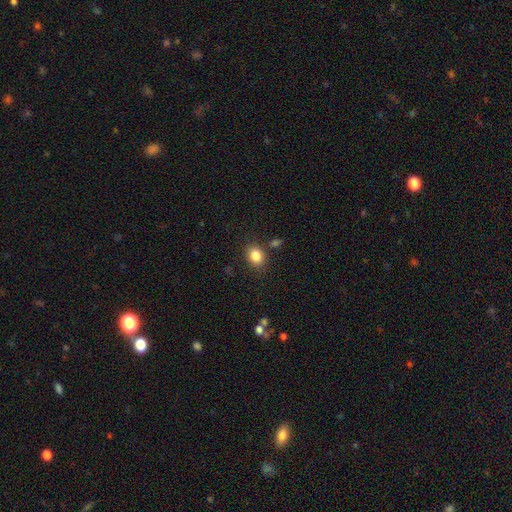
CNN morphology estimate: smooth-or-featured: smooth: 84% | star or artifact: 10% | featured or disk: 6%
  how-rounded: in between: 53% | round: 46% | cigar-shaped: 1%
  merging: none: 80% | minor disturbance: 11% | merger: 5% | major disturbance: 4%